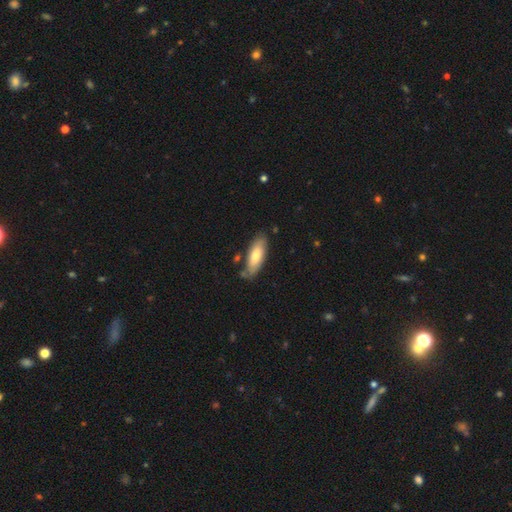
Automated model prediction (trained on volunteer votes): Smooth or featured?
  - smooth: 71% *
  - featured or disk: 23%
  - star or artifact: 6%
How rounded?
  - in between: 71% *
  - cigar-shaped: 27%
  - round: 2%
Merging?
  - none: 76% *
  - minor disturbance: 17%
  - merger: 4%
  - major disturbance: 3%